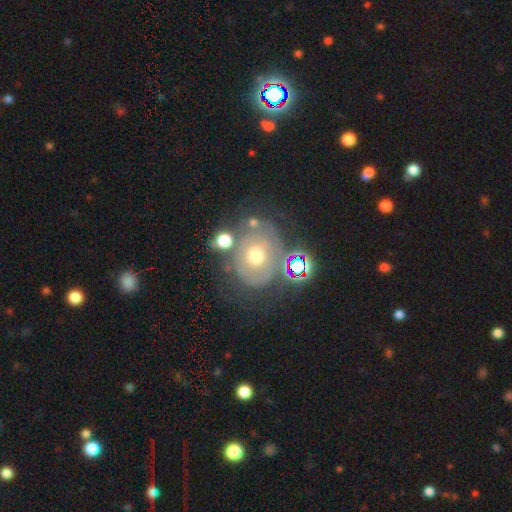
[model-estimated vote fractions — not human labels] Smooth or featured? featured or disk (53%)
Edge-on disk? no (96%)
Bar? no (87%)
Spiral arms? no (52%)
Bulge size? moderate (64%)
Merging? none (56%)